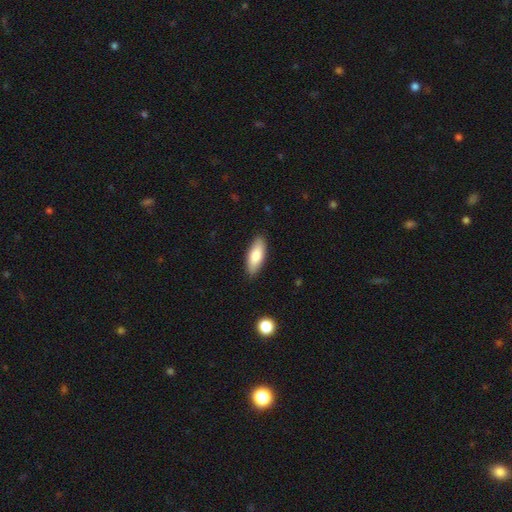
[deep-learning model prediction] smooth_or_featured: smooth (p=0.80) [alt: featured or disk p=0.14]
how_rounded: in between (p=0.72) [alt: cigar-shaped p=0.26]
merging: none (p=0.87) [alt: minor disturbance p=0.10]